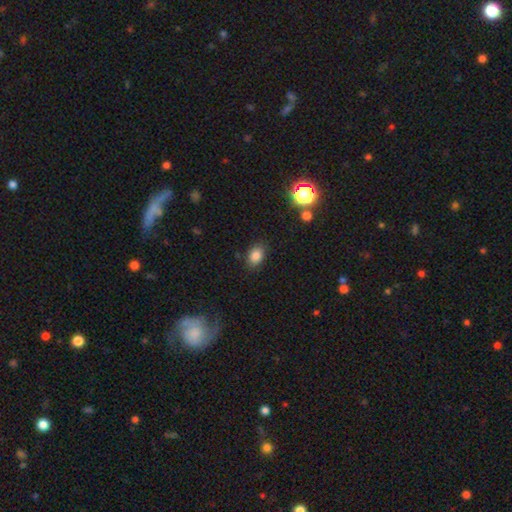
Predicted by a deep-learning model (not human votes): smooth_or_featured: smooth (p=0.83) [alt: star or artifact p=0.11]
how_rounded: in between (p=0.77) [alt: round p=0.21]
merging: none (p=0.84) [alt: minor disturbance p=0.12]